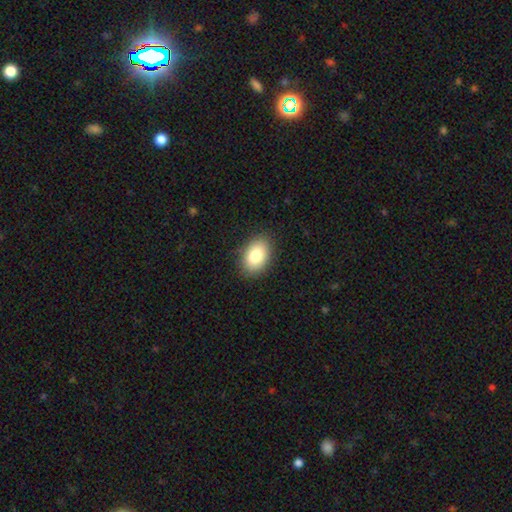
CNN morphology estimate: This is clearly a smooth galaxy (83%). How rounded: clearly in between (87%). Merging: clearly none (87%).